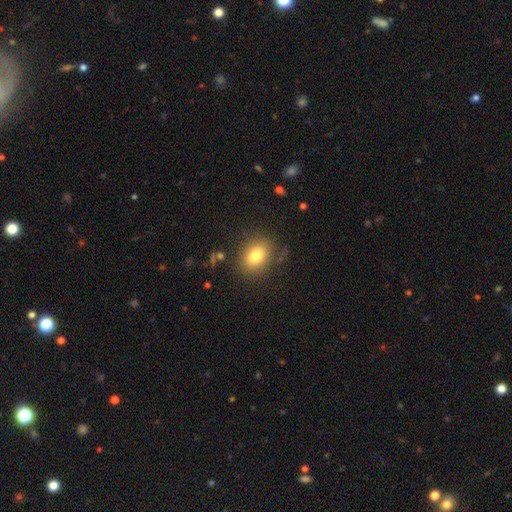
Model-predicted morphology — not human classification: This is likely a smooth galaxy (79%). How rounded: likely in between (60%). Merging: clearly none (81%).